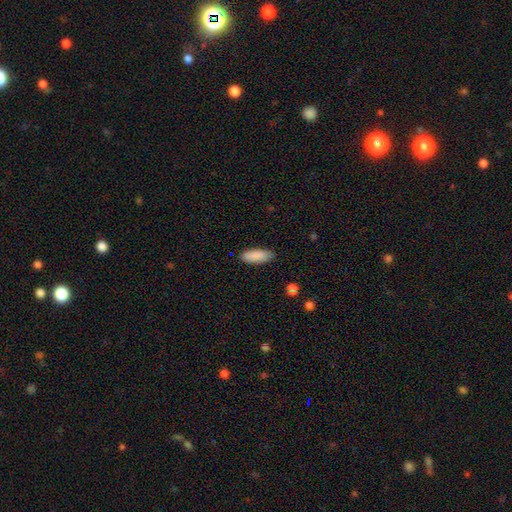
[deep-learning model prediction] smooth 89%, star or artifact 6%, featured or disk 5%. Down the decision tree: how rounded — in between (69%); merging — none (85%).